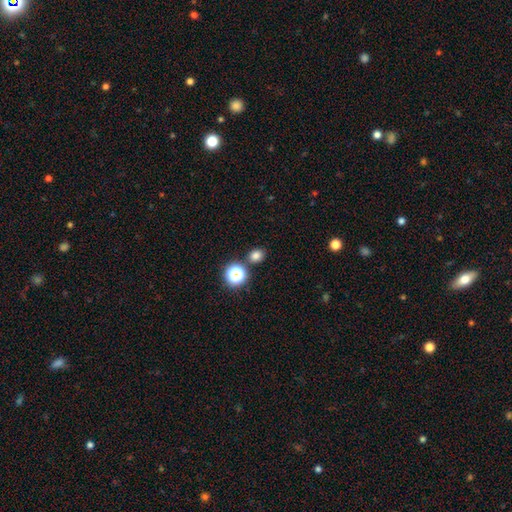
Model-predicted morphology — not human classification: A smooth galaxy with no disk features (76%) that is round (69%). Merging: none (81%).